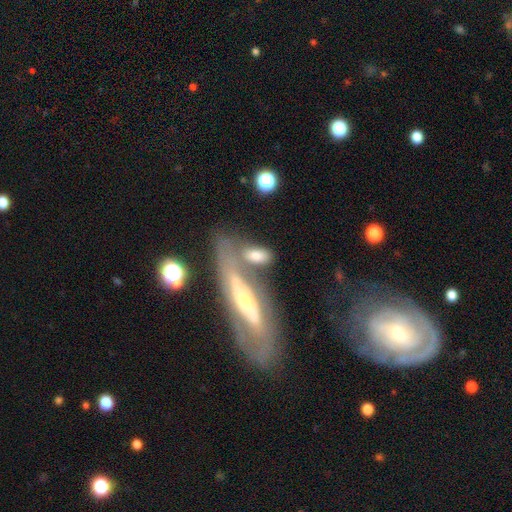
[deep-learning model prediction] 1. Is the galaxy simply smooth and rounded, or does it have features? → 64% smooth, 29% featured or disk, 7% star or artifact.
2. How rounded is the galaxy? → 77% in between, 18% cigar-shaped, 5% round.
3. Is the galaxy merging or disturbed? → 44% none, 34% merger, 15% minor disturbance, 8% major disturbance.